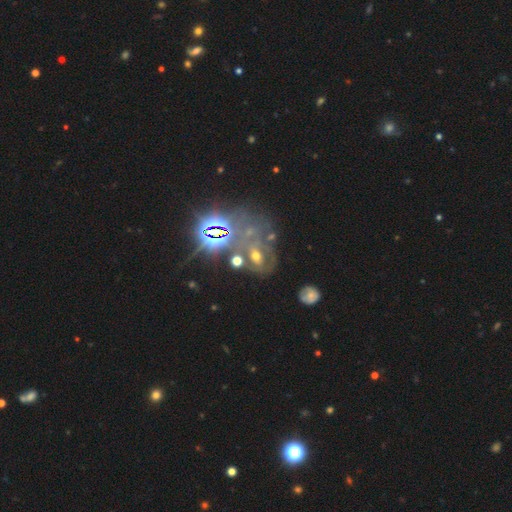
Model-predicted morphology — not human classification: Smooth or featured: featured or disk — 39% (star or artifact — 34%)
Merging: none — 43% (major disturbance — 20%)